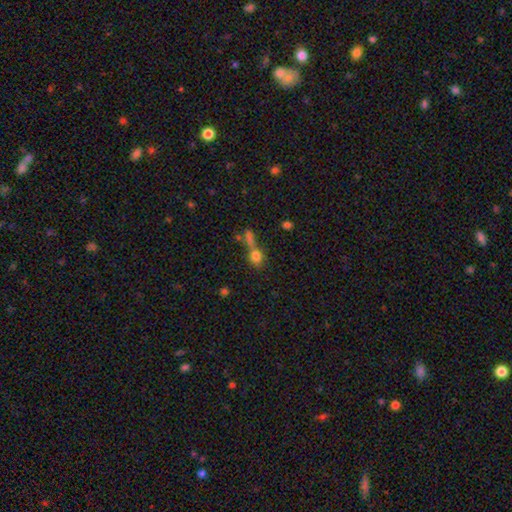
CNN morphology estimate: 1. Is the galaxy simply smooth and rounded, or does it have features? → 72% smooth, 15% star or artifact, 13% featured or disk.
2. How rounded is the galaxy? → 61% round, 31% in between, 7% cigar-shaped.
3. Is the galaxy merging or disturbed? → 43% merger, 38% none, 11% minor disturbance, 9% major disturbance.